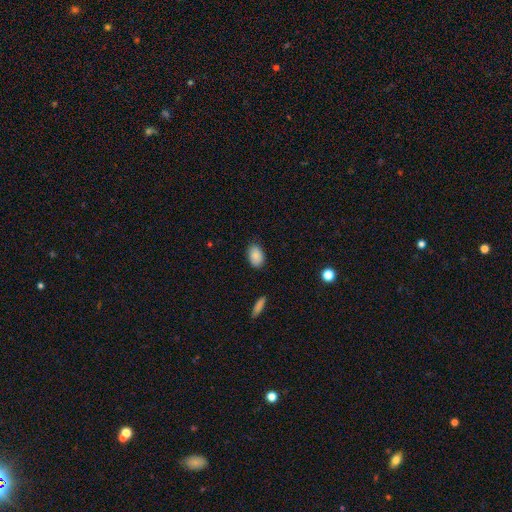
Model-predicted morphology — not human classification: The model was most divided on "merging": none: 84%, minor disturbance: 12%, major disturbance: 2%, merger: 1%. More confident: how rounded — in between (88%); smooth or featured — smooth (88%).